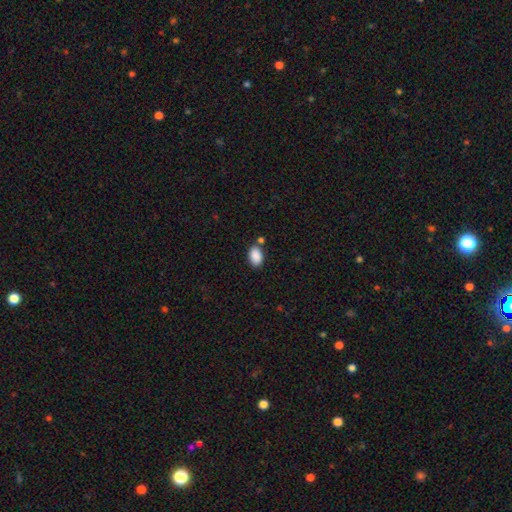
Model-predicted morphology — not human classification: smooth 89%, star or artifact 8%, featured or disk 3%. Down the decision tree: how rounded — in between (90%); merging — none (74%).